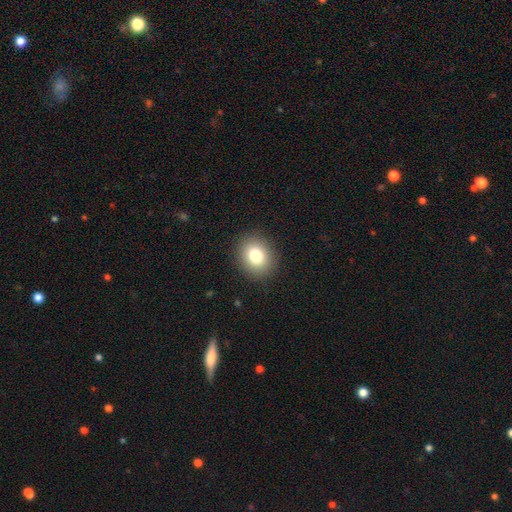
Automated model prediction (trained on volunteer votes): Morphology: type=smooth (80%); roundness=round (64%); merging=none (90%).